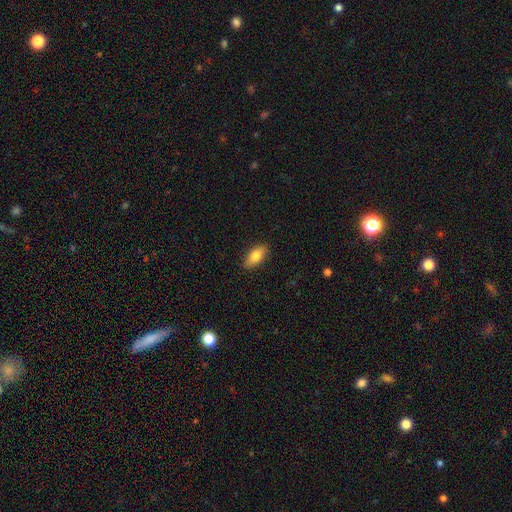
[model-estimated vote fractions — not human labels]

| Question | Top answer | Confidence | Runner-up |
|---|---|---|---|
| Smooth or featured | smooth | 79% | featured or disk (14%) |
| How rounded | in between | 87% | cigar-shaped (10%) |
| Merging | none | 88% | minor disturbance (9%) |